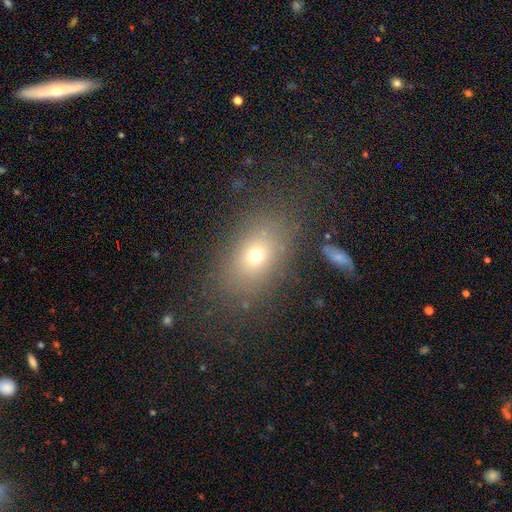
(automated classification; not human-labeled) This appears to be a smooth galaxy with no disk features (68%) that is in between round and cigar-shaped (74%). Merging: none (77%).